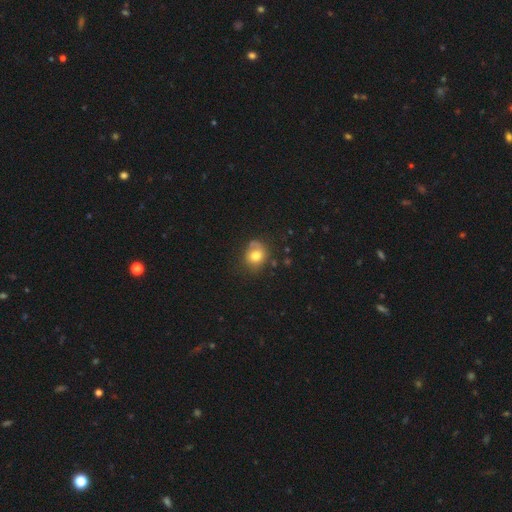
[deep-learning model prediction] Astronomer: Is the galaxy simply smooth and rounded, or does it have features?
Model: smooth — 73%.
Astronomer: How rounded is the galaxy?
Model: round — 66%.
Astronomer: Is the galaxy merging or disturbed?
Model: none — 58%.